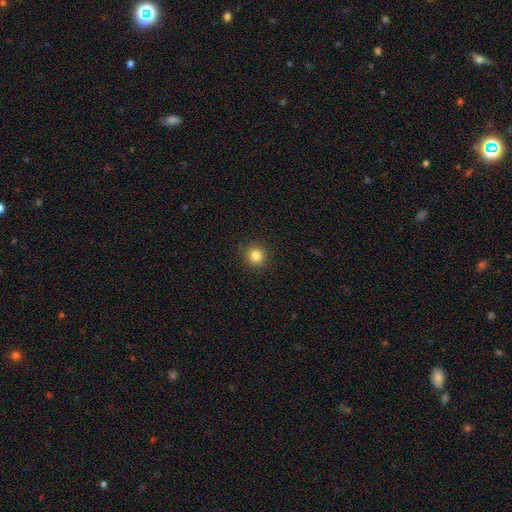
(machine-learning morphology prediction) smooth 83%, star or artifact 12%, featured or disk 5%. Down the decision tree: how rounded — round (94%); merging — none (90%).